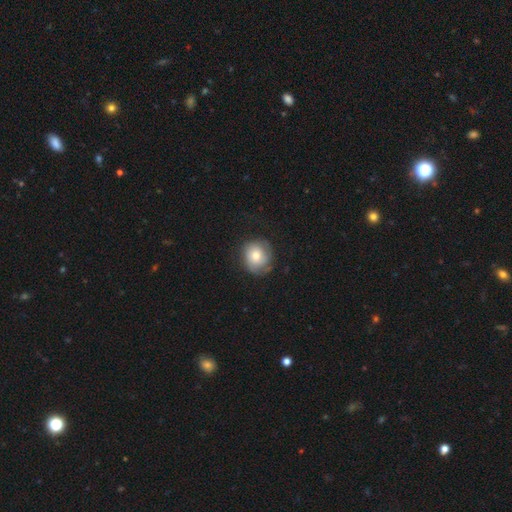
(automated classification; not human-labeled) smooth_or_featured: smooth (p=0.55) [alt: featured or disk p=0.37]
how_rounded: round (p=0.81) [alt: in between p=0.18]
merging: none (p=0.68) [alt: minor disturbance p=0.21]